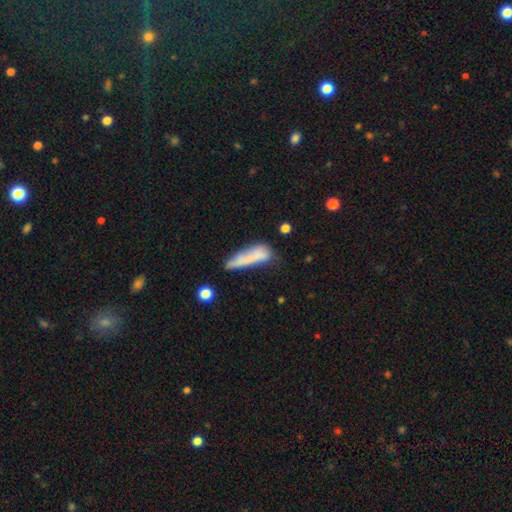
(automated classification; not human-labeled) smooth 71%, featured or disk 21%, star or artifact 8%. Down the decision tree: how rounded — cigar-shaped (73%); merging — none (45%).